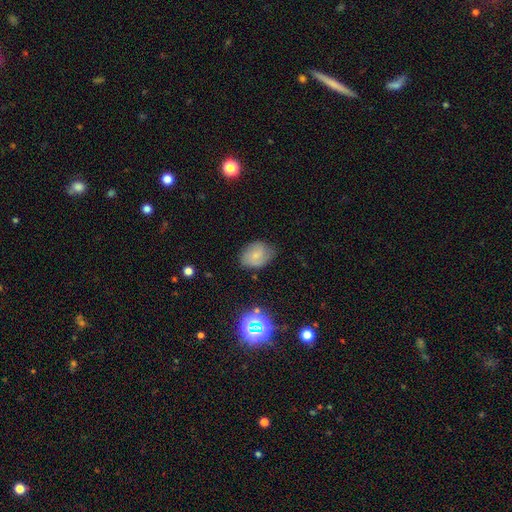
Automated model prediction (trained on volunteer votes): A smooth galaxy with no disk features (64%) that is in between round and cigar-shaped (67%).

Vote fractions:
- Smooth or featured? smooth: 64% / featured or disk: 23% / star or artifact: 12%
- How rounded? in between: 67% / round: 32% / cigar-shaped: 1%
- Merging? none: 68% / minor disturbance: 24% / major disturbance: 6% / merger: 2%